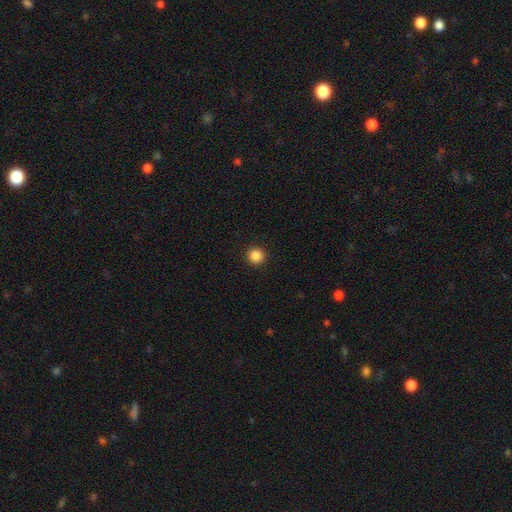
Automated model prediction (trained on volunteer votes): Smooth or featured? smooth (87%)
How rounded? round (95%)
Merging? none (93%)